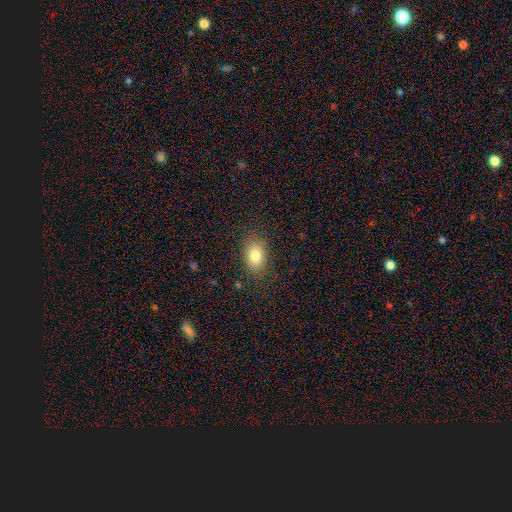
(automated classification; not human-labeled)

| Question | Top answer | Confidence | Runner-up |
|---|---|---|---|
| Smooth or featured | smooth | 81% | star or artifact (10%) |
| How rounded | in between | 84% | round (14%) |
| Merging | none | 86% | minor disturbance (10%) |